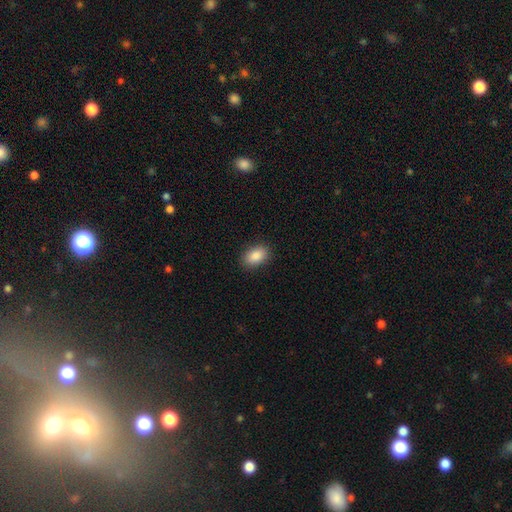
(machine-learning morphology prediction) The model was most divided on "how rounded": in between: 88%, round: 11%, cigar-shaped: 1%. More confident: merging — none (89%); smooth or featured — smooth (88%).